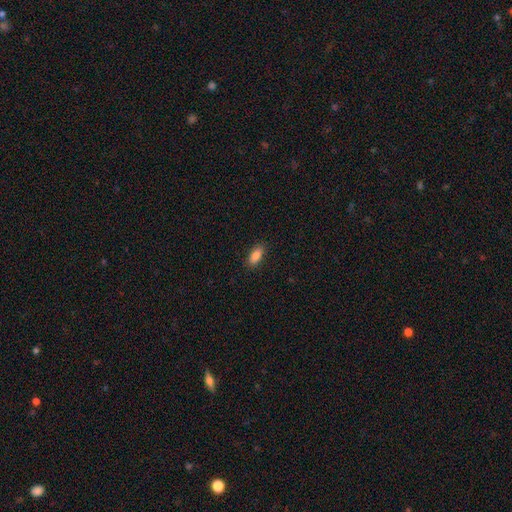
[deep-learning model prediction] Overall: smooth (87%). How rounded: in between (85%). Merging: none (88%).